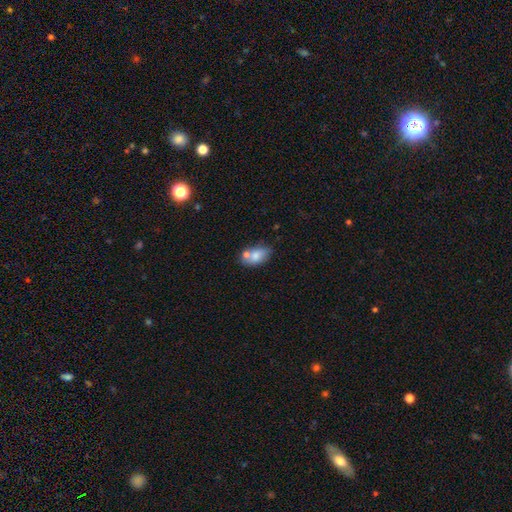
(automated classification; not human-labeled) Smooth or featured?
  - smooth: 75% *
  - featured or disk: 17%
  - star or artifact: 8%
How rounded?
  - in between: 89% *
  - round: 9%
  - cigar-shaped: 2%
Merging?
  - none: 52% *
  - merger: 25%
  - minor disturbance: 18%
  - major disturbance: 5%